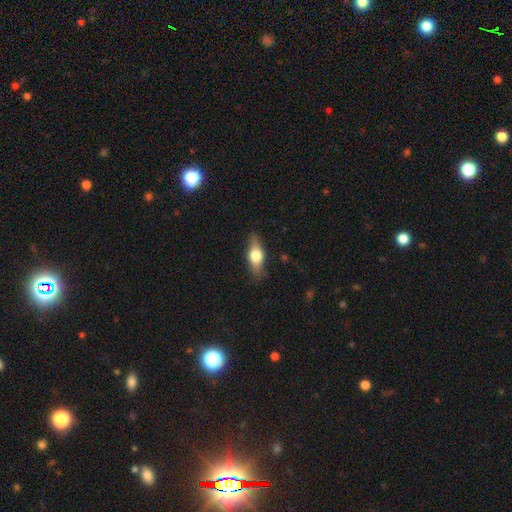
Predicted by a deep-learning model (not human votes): Overall: smooth (49%; featured or disk 44%). Merging: none (82%).